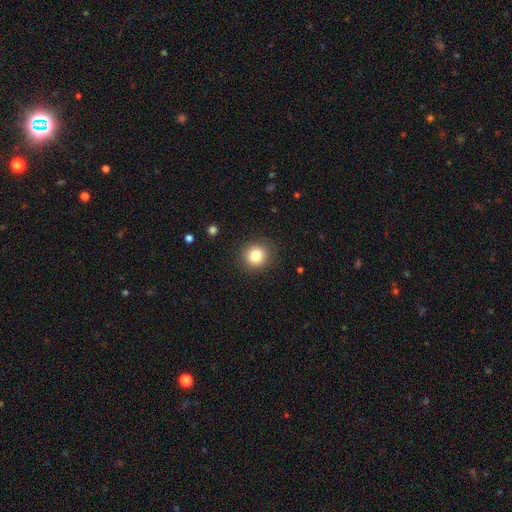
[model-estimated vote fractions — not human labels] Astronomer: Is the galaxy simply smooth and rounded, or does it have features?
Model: smooth — 82%.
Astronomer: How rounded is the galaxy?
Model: round — 90%.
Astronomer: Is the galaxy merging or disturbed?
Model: none — 89%.